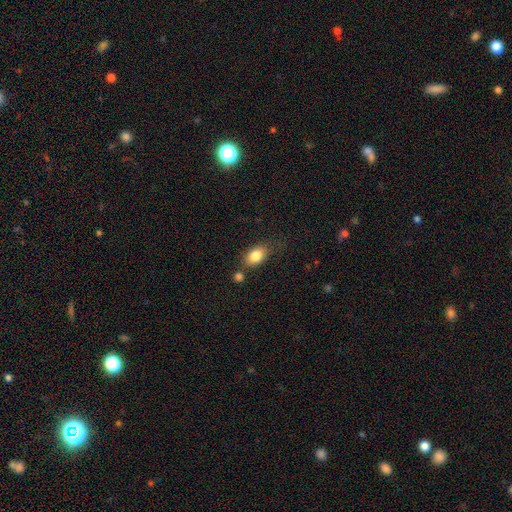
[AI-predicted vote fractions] Overall: smooth (83%). How rounded: in between (82%). Merging: none (64%).